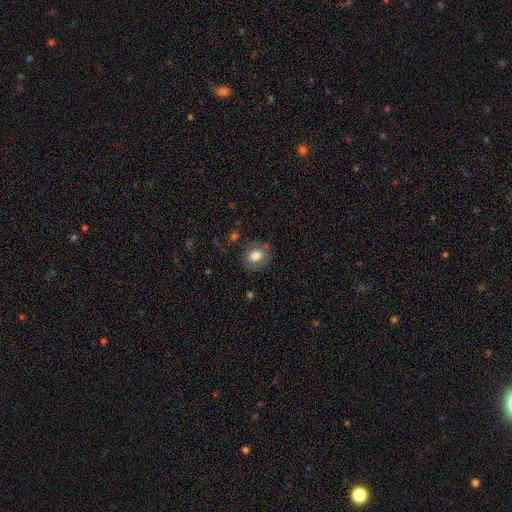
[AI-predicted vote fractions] Morphology: type=smooth (73%); roundness=round (59%); merging=none (80%).